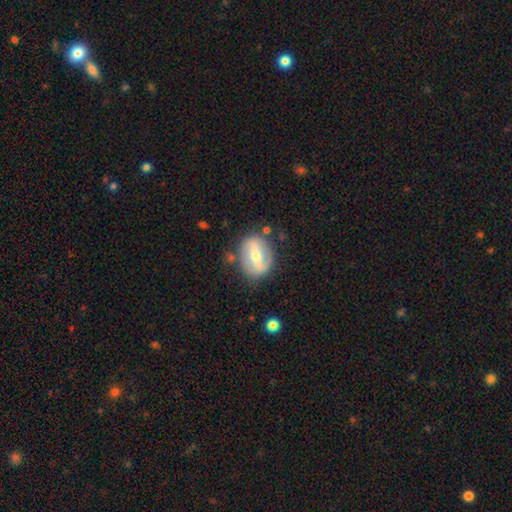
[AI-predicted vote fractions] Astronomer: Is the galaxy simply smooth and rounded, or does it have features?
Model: featured or disk — 64%.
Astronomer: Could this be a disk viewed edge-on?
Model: no — 91%.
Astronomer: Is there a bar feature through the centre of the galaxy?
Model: strong — 61%.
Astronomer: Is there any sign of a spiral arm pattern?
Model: yes — 51% (runner-up: no, 49%).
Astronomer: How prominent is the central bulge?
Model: moderate — 51% (runner-up: small, 45%).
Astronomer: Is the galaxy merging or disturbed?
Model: none — 78%.